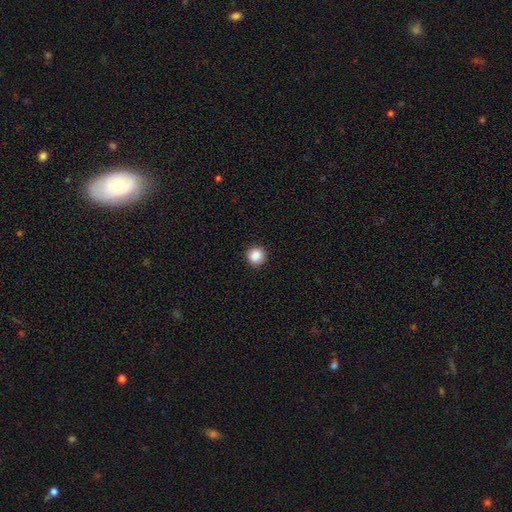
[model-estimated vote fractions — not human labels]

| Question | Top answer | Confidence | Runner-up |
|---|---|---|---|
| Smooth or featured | smooth | 88% | star or artifact (9%) |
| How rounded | round | 95% | in between (4%) |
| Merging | none | 92% | minor disturbance (5%) |